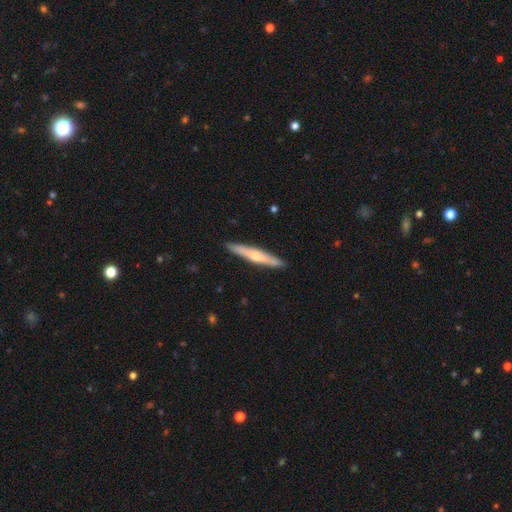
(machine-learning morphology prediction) featured or disk 63%, smooth 31%, star or artifact 6%. Down the decision tree: edge-on disk — yes (95%); edge-on bulge — rounded (84%); merging — none (91%).